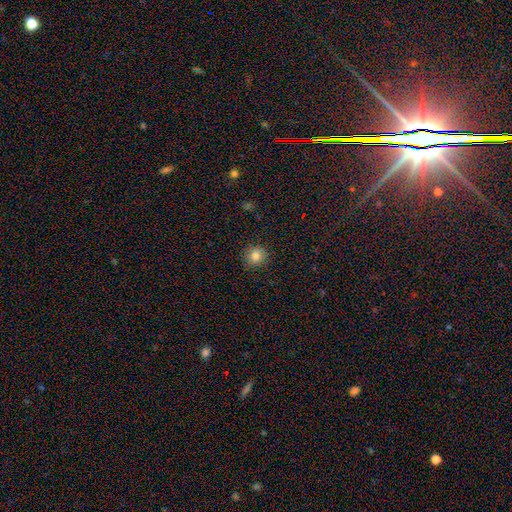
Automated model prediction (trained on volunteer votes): smooth-or-featured: smooth: 82% | star or artifact: 12% | featured or disk: 6%
  how-rounded: round: 91% | in between: 8% | cigar-shaped: 1%
  merging: none: 90% | minor disturbance: 7% | major disturbance: 2% | merger: 1%